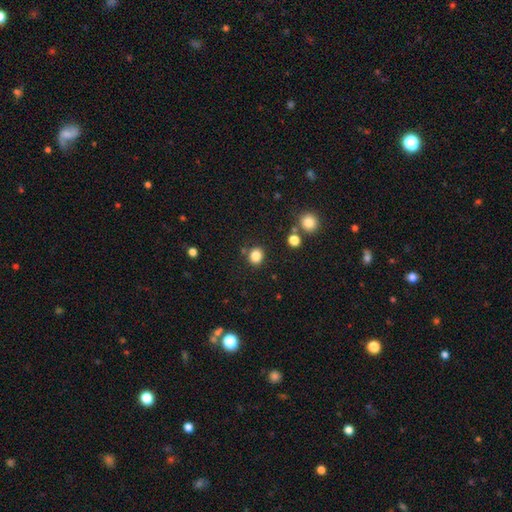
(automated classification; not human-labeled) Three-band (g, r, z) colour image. It shows a smooth galaxy with no disk features (84%) that is round (71%). Merging: none (83%).